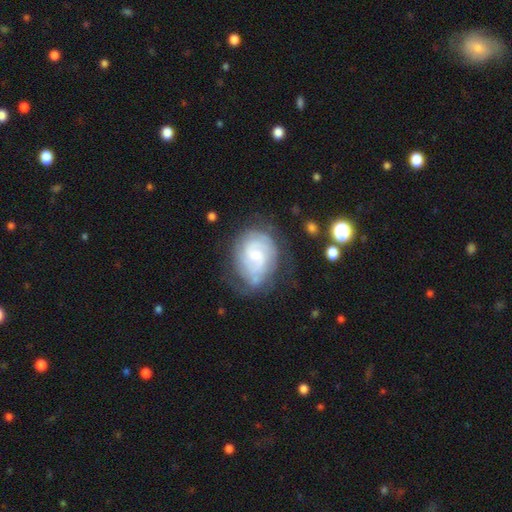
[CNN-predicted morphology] type=featured or disk (74%); edge-on=no (98%); bar=no (48%); spiral arms=yes (90%); winding=tight (54%); arm count=2 (46%); bulge=small (52%); merging=none (58%).